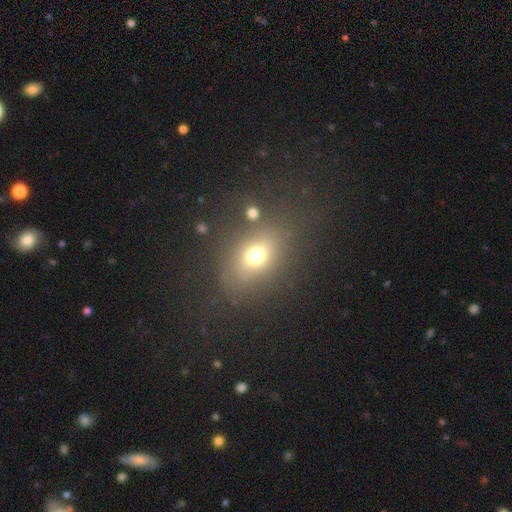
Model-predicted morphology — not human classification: Smooth or featured: smooth — 69% (star or artifact — 16%)
How rounded: in between — 61% (round — 37%)
Merging: none — 75% (minor disturbance — 13%)